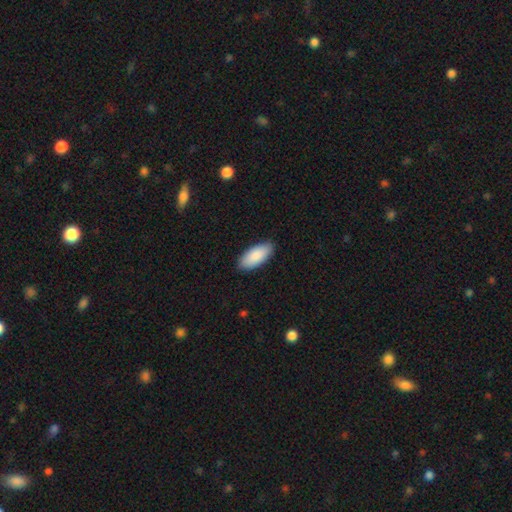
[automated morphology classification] type=smooth (88%); roundness=in between (91%); merging=none (88%).